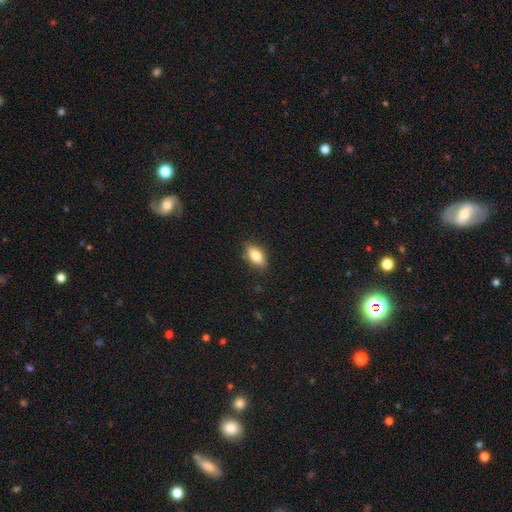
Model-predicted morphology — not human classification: The model was most divided on "smooth or featured": smooth: 80%, featured or disk: 12%, star or artifact: 8%. More confident: how rounded — in between (85%); merging — none (83%).